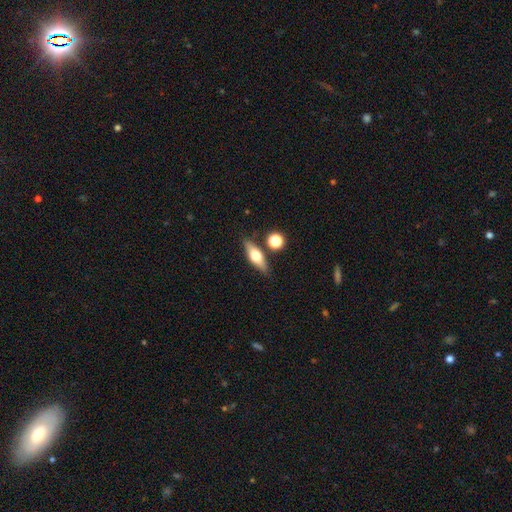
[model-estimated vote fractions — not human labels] The model was most divided on "smooth or featured": smooth: 47%, featured or disk: 45%, star or artifact: 8%. More confident: merging — none (80%).